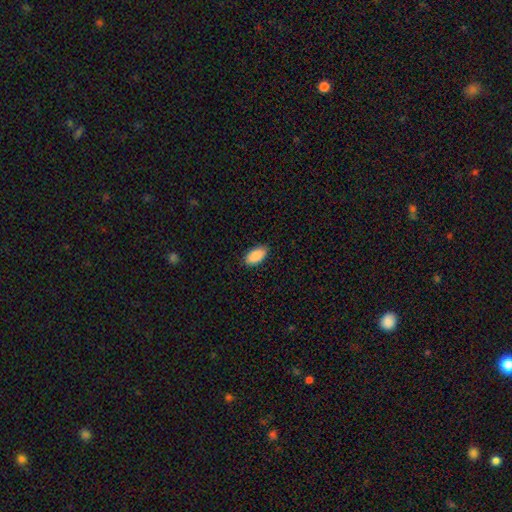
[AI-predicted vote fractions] Smooth or featured?
  - smooth: 90% *
  - star or artifact: 6%
  - featured or disk: 3%
How rounded?
  - in between: 94% *
  - cigar-shaped: 3%
  - round: 3%
Merging?
  - none: 85% *
  - minor disturbance: 12%
  - major disturbance: 2%
  - merger: 1%